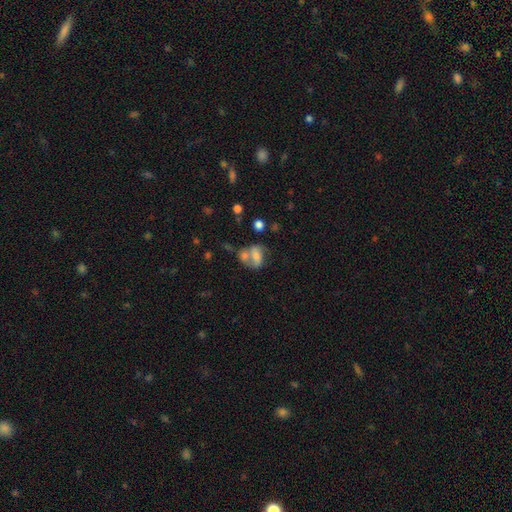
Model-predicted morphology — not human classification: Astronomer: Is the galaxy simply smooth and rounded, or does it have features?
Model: smooth — 56% (runner-up: featured or disk, 33%).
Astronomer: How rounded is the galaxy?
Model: in between — 69%.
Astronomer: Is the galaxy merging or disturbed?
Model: merger — 51% (runner-up: none, 28%).